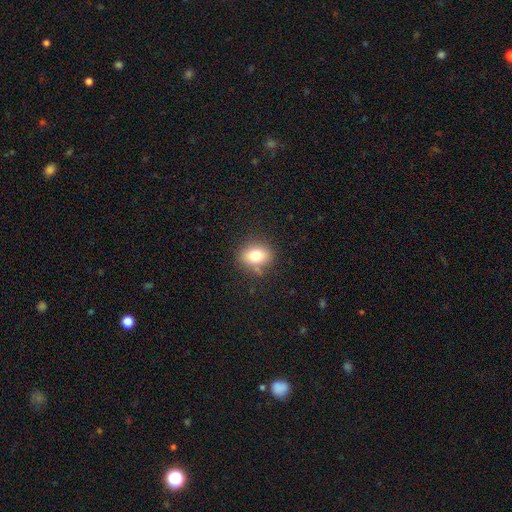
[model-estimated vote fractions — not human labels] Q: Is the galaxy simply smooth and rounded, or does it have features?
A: smooth — 78%.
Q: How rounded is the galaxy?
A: in between — 57%.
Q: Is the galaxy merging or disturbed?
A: none — 77%.